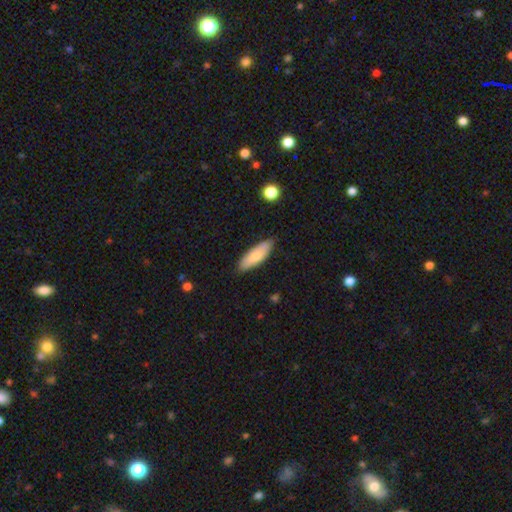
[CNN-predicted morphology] Overall: smooth (77%). How rounded: in between (61%; cigar-shaped 37%). Merging: none (83%).